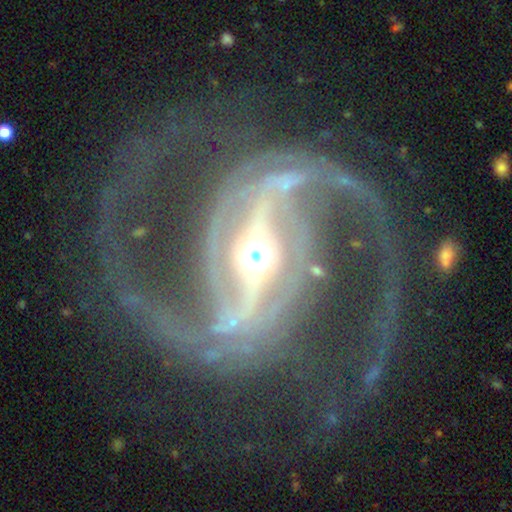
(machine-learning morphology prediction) This appears to be a featured or disk galaxy (91%) with a strong bar (62%), 2 (63%) medium (41%) spiral arms (92%) and a moderate central bulge (64%). Merging: none (58%).